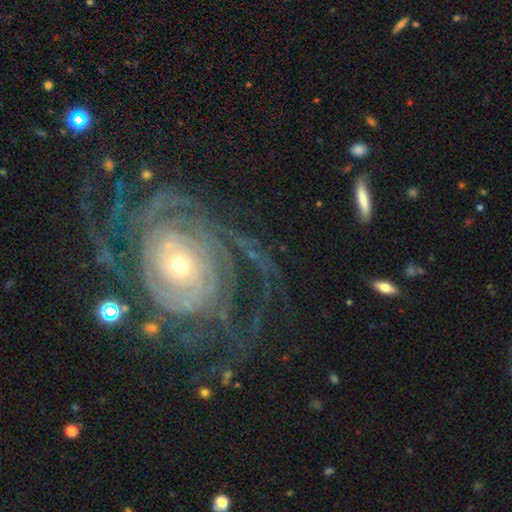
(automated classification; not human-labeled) This appears to be a featured or disk galaxy (89%) with no bar (73%), tight (73%) spiral arms (97%) and a small central bulge (58%). Merging: none (64%).